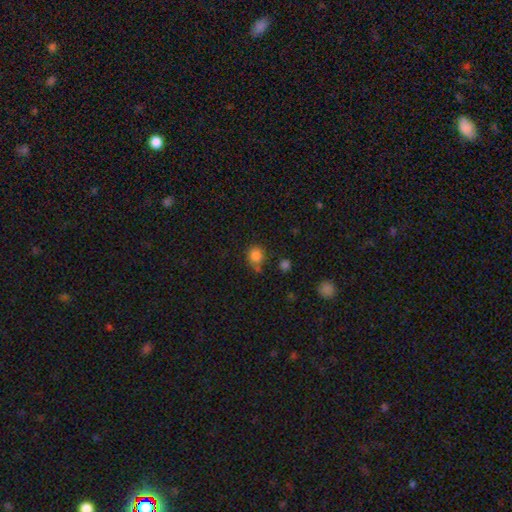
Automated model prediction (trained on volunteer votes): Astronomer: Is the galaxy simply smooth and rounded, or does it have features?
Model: smooth — 83%.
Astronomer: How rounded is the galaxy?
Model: round — 71%.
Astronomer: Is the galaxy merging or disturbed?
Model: none — 60%.